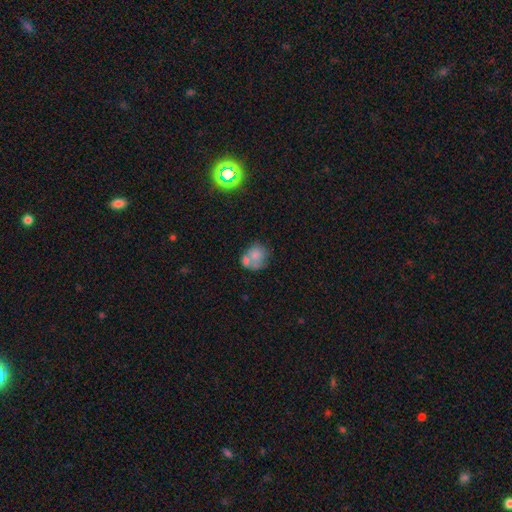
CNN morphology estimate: smooth-or-featured: smooth: 65% | featured or disk: 25% | star or artifact: 11%
  how-rounded: round: 71% | in between: 28% | cigar-shaped: 1%
  merging: merger: 40% | none: 36% | minor disturbance: 15% | major disturbance: 9%